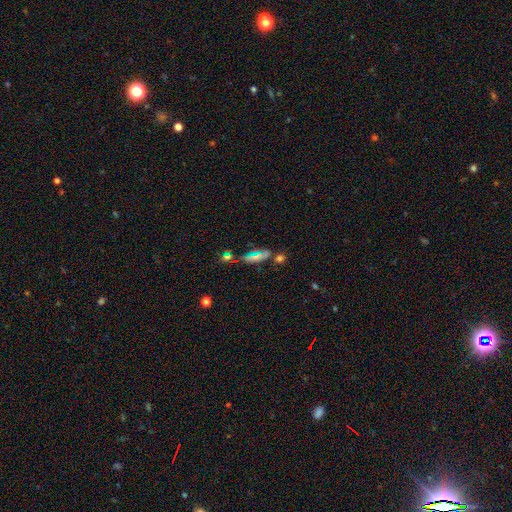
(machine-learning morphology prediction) Smooth or featured? smooth (57%)
How rounded? cigar-shaped (56%)
Merging? none (59%)